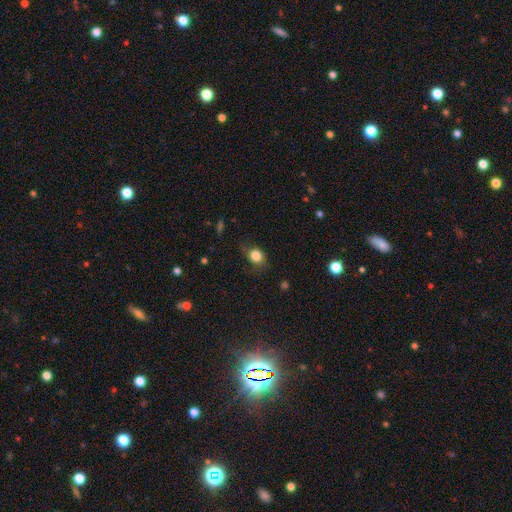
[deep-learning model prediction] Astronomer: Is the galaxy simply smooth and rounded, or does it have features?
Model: smooth — 80%.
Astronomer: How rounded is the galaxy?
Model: round — 57% (runner-up: in between, 41%).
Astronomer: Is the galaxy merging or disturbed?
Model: none — 64%.